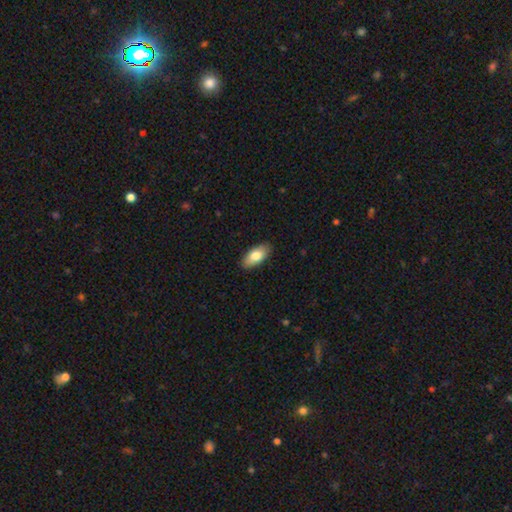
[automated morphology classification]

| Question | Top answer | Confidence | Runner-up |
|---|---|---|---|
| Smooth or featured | smooth | 81% | featured or disk (13%) |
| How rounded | in between | 89% | cigar-shaped (8%) |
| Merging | none | 88% | minor disturbance (9%) |